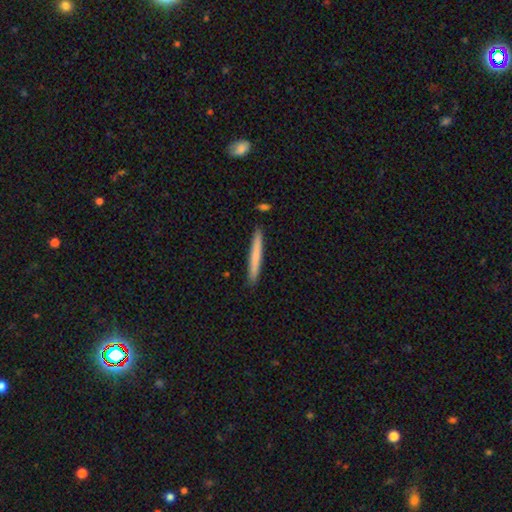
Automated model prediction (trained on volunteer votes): smooth 69%, featured or disk 25%, star or artifact 5%. Down the decision tree: how rounded — cigar-shaped (97%); merging — none (90%).